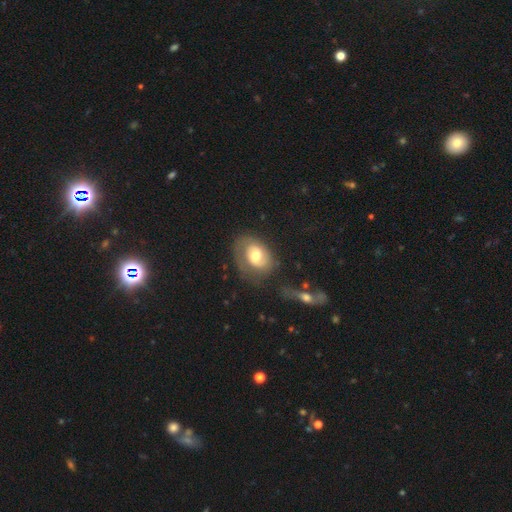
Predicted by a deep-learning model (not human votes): This appears to be a featured or disk galaxy (58%) with no bar (62%), spiral arms (78%) and a moderate central bulge (67%). Merging: none (58%).